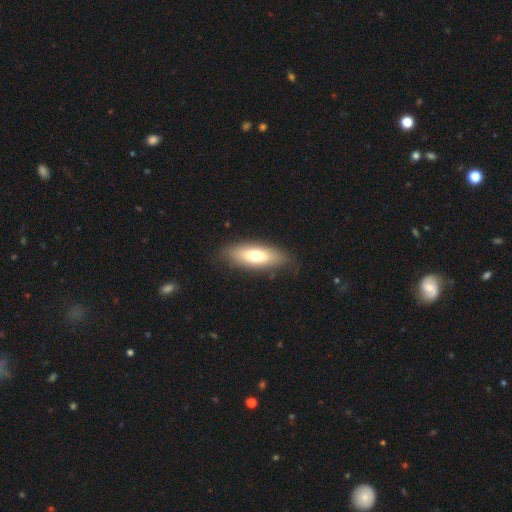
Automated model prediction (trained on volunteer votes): smooth_or_featured: smooth (p=0.68) [alt: featured or disk p=0.26]
how_rounded: in between (p=0.67) [alt: cigar-shaped p=0.31]
merging: none (p=0.81) [alt: minor disturbance p=0.13]